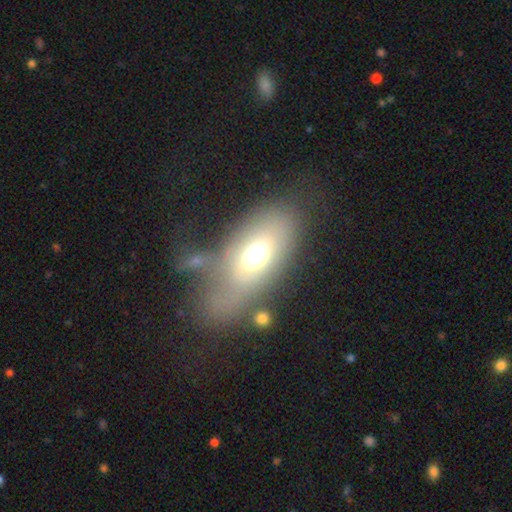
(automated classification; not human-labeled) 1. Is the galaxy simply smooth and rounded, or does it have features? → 59% smooth, 30% featured or disk, 11% star or artifact.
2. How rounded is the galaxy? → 87% in between, 9% round, 4% cigar-shaped.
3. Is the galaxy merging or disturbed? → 36% major disturbance, 33% none, 20% minor disturbance, 11% merger.